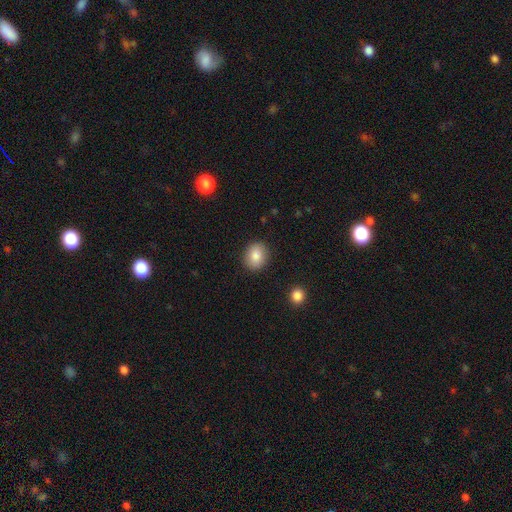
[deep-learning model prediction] smooth_or_featured: smooth (p=0.85) [alt: star or artifact p=0.08]
how_rounded: round (p=0.62) [alt: in between p=0.37]
merging: none (p=0.89) [alt: minor disturbance p=0.08]